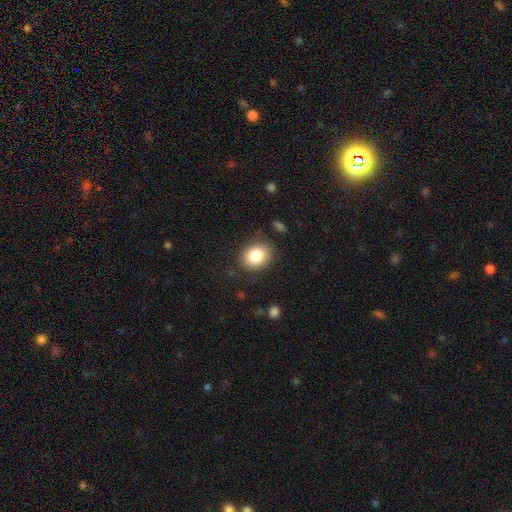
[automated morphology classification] This is clearly a smooth galaxy (83%). How rounded: possibly round (52%). Merging: clearly none (83%).